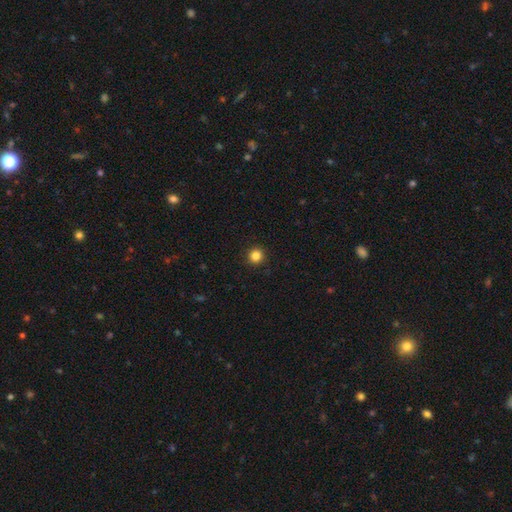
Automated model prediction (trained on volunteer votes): smooth_or_featured: smooth (p=0.85) [alt: star or artifact p=0.11]
how_rounded: round (p=0.94) [alt: in between p=0.05]
merging: none (p=0.93) [alt: minor disturbance p=0.05]